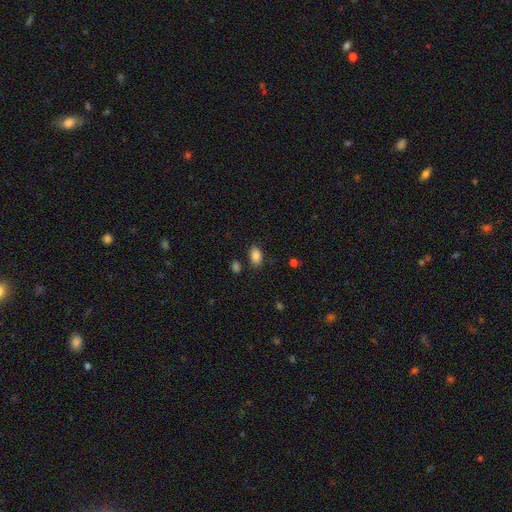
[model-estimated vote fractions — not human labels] This is clearly a smooth galaxy (85%). How rounded: clearly in between (88%). Merging: clearly none (82%).